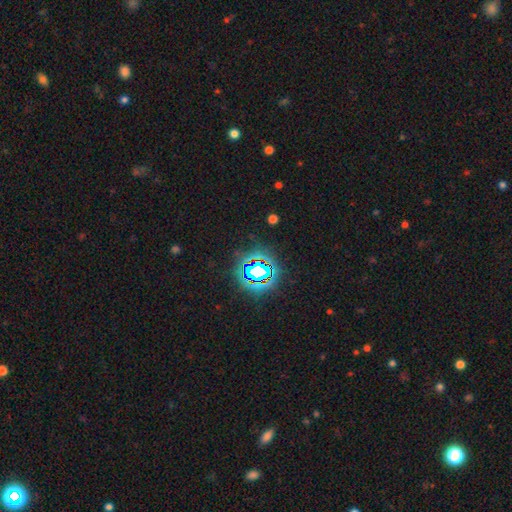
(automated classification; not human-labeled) This appears to be a star or artifact, not a galaxy (81%).